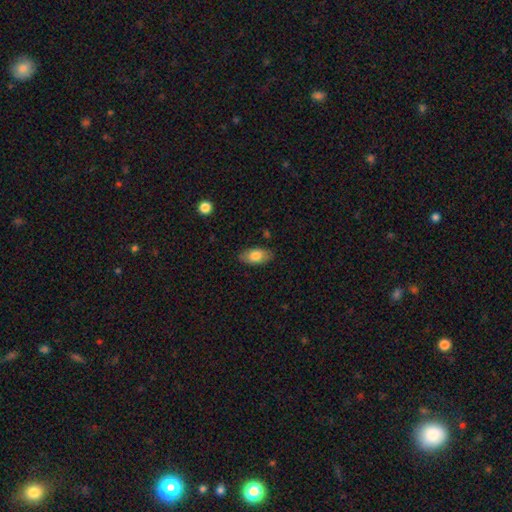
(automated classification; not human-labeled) smooth-or-featured: smooth: 80% | featured or disk: 14% | star or artifact: 7%
  how-rounded: in between: 92% | cigar-shaped: 4% | round: 4%
  merging: none: 85% | minor disturbance: 12% | major disturbance: 2% | merger: 1%